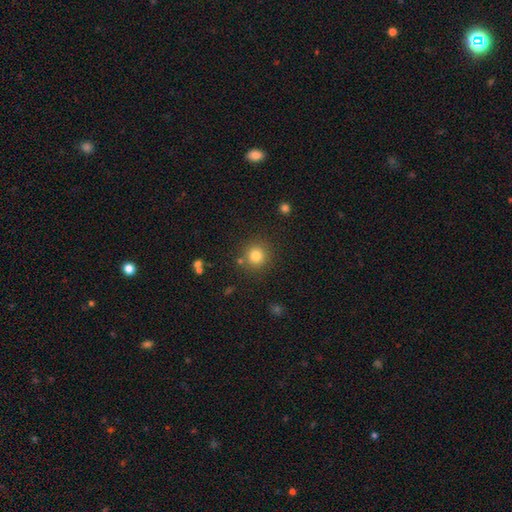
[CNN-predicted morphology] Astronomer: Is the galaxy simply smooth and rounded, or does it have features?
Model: smooth — 80%.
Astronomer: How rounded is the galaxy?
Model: round — 93%.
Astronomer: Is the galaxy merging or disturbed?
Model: none — 84%.